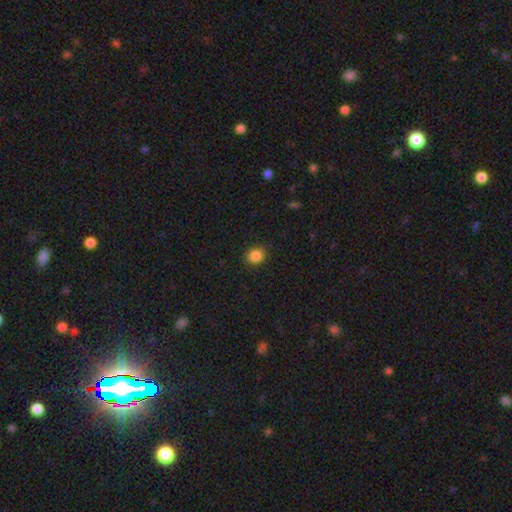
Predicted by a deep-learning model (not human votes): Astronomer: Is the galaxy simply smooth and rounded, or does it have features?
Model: smooth — 86%.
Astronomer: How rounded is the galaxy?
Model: round — 76%.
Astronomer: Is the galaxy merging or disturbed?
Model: none — 89%.